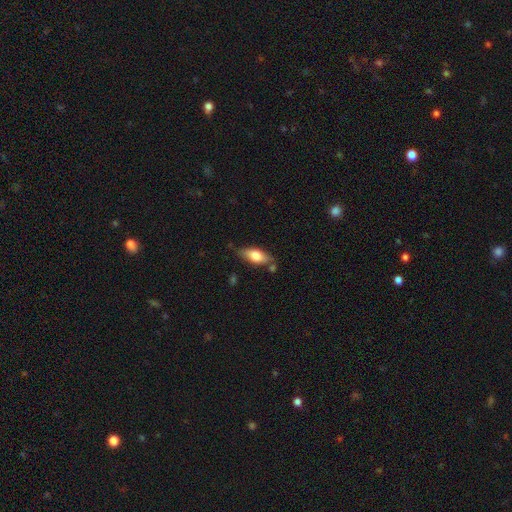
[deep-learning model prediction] This appears to be a smooth galaxy with no disk features (69%) that is in between round and cigar-shaped (78%). Merging: none (70%).